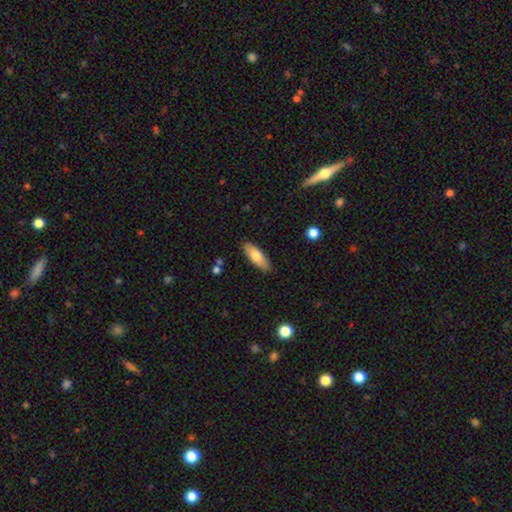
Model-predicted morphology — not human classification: This appears to be a smooth galaxy with no disk features (73%) that is in between round and cigar-shaped (64%). Merging: none (87%).